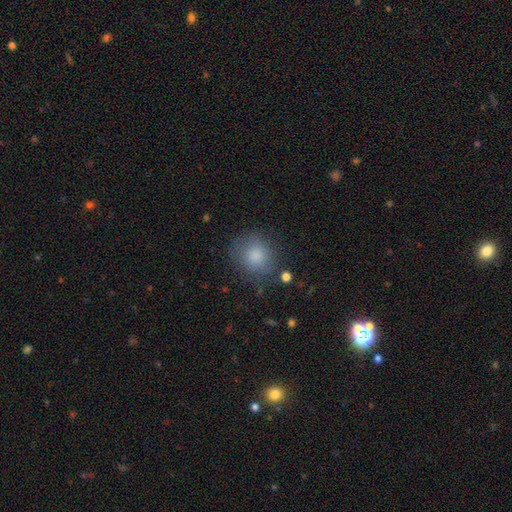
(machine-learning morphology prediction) smooth-or-featured: smooth: 83% | star or artifact: 9% | featured or disk: 8%
  how-rounded: round: 81% | in between: 18% | cigar-shaped: 1%
  merging: none: 75% | minor disturbance: 16% | major disturbance: 6% | merger: 2%